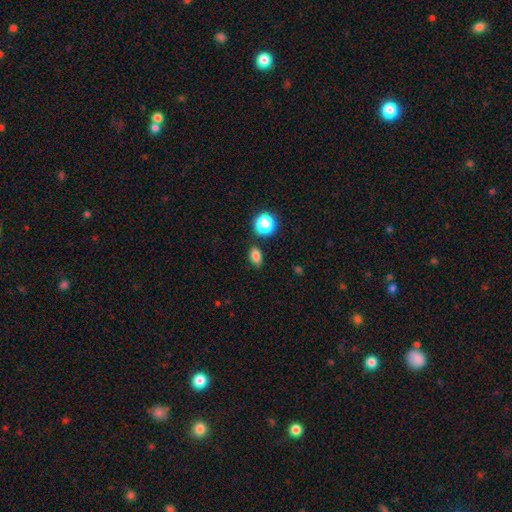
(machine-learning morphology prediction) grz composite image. It shows a smooth galaxy with no disk features (82%) that is in between round and cigar-shaped (78%). Merging: none (83%).